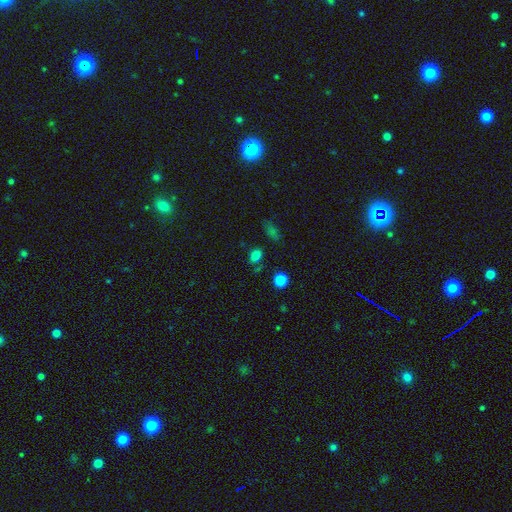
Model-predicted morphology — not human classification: Q: Smooth or featured?
A: smooth (76%); runner-up: star or artifact (19%)
Q: How rounded?
A: in between (68%); runner-up: round (30%)
Q: Merging?
A: none (77%); runner-up: minor disturbance (13%)